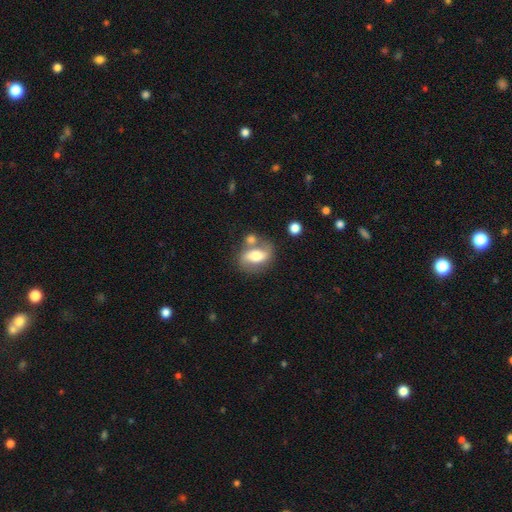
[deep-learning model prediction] Smooth or featured? featured or disk (48%)
Merging? none (53%)